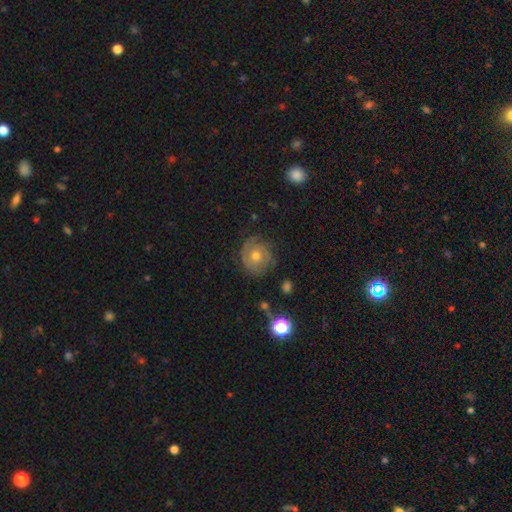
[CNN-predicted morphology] smooth-or-featured: featured or disk: 71% | smooth: 21% | star or artifact: 8%
  disk-edge-on: no: 97% | yes: 3%
    bar: no: 80% | weak: 17% | strong: 3%
    has-spiral-arms: yes: 88% | no: 12%
      spiral-winding: tight: 68% | medium: 24% | loose: 7%
      spiral-arm-count: 2: 36% | can't tell: 31% | 3: 17% | 1: 7% | 4: 5% | more than 4: 4%
    bulge-size: moderate: 69% | small: 26% | large: 3% | none: 1% | dominant: 1%
  merging: none: 75% | minor disturbance: 17% | major disturbance: 7% | merger: 1%